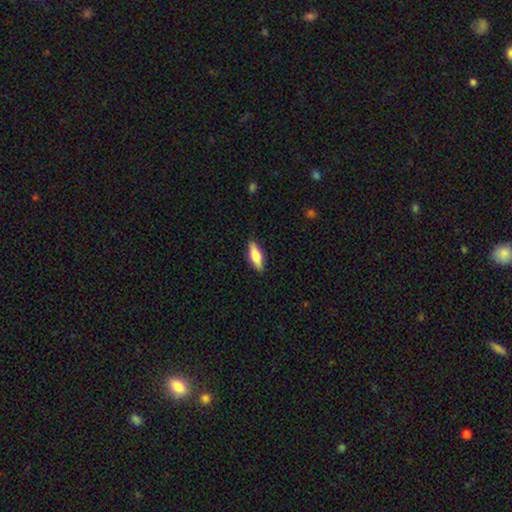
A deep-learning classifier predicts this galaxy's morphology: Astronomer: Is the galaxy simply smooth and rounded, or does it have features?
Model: smooth — 61%.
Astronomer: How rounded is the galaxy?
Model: in between — 55% (runner-up: cigar-shaped, 43%).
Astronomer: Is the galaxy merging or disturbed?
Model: none — 89%.